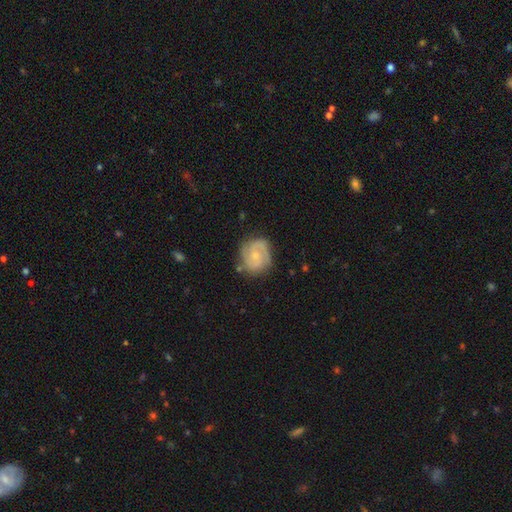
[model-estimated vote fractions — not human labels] featured or disk 77%, smooth 17%, star or artifact 6%. Down the decision tree: edge-on disk — no (98%); bar — no (61%); spiral arms — yes (95%); spiral arm count — 2 (73%); spiral winding — tight (49%); bulge size — small (62%); merging — none (76%).